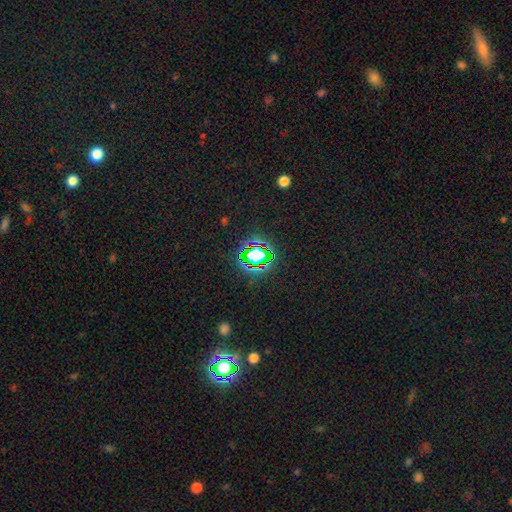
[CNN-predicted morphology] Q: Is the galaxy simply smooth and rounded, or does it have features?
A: star or artifact — 69%.